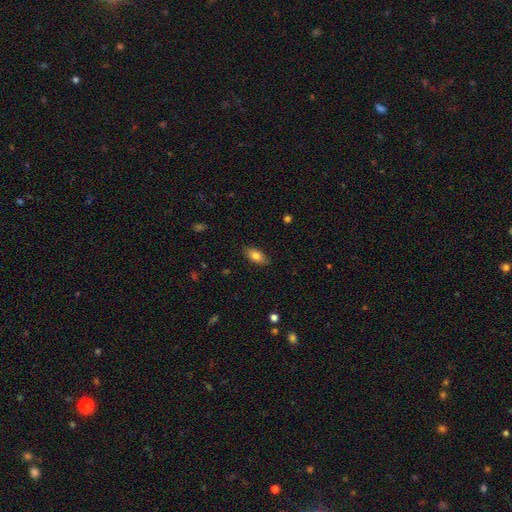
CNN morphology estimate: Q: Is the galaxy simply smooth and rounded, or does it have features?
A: smooth — 80%.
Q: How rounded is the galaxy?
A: in between — 88%.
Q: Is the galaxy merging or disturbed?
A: none — 86%.